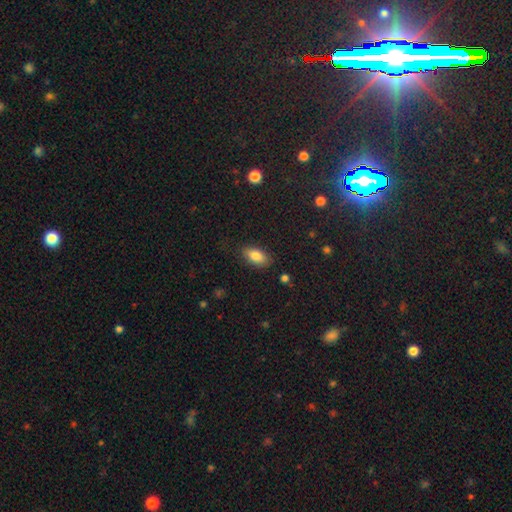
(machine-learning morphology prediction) Smooth or featured: smooth — 83% (featured or disk — 9%)
How rounded: in between — 91% (round — 5%)
Merging: none — 83% (minor disturbance — 13%)